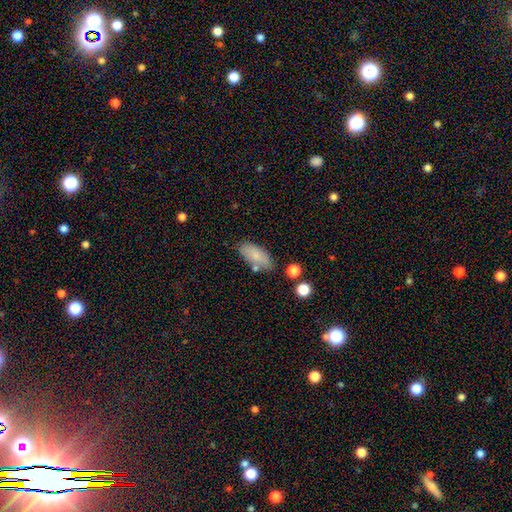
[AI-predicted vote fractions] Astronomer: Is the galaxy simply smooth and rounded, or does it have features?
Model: smooth — 80%.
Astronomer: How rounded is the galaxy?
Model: in between — 87%.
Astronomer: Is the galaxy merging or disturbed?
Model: none — 73%.